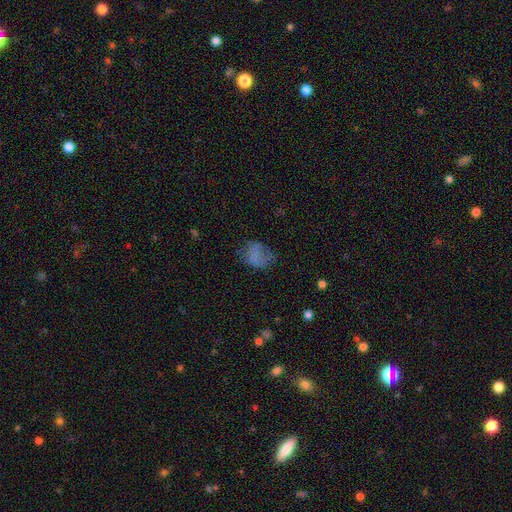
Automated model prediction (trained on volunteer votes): smooth_or_featured: smooth (p=0.65) [alt: featured or disk p=0.20]
how_rounded: in between (p=0.58) [alt: round p=0.41]
merging: none (p=0.46) [alt: minor disturbance p=0.27]